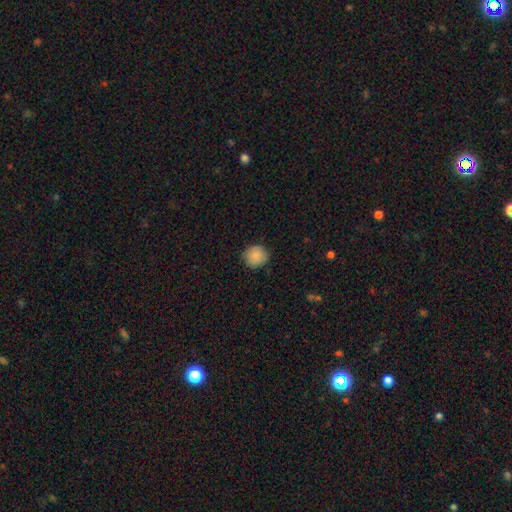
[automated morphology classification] smooth_or_featured: smooth (p=0.87) [alt: star or artifact p=0.07]
how_rounded: round (p=0.86) [alt: in between p=0.13]
merging: none (p=0.86) [alt: minor disturbance p=0.11]